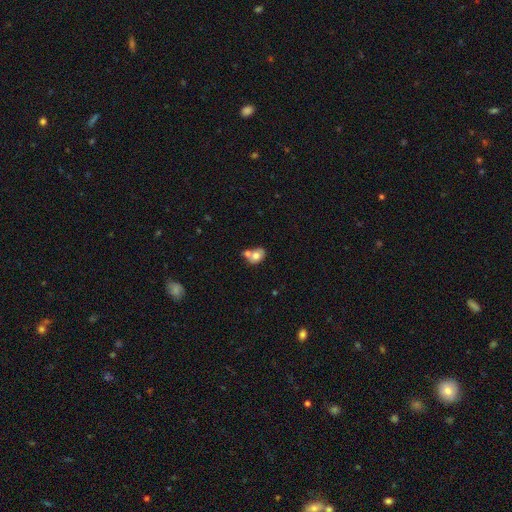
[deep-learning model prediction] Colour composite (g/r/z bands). It shows a smooth galaxy with no disk features (70%) that is in between round and cigar-shaped (61%). Merging: merger (50%).